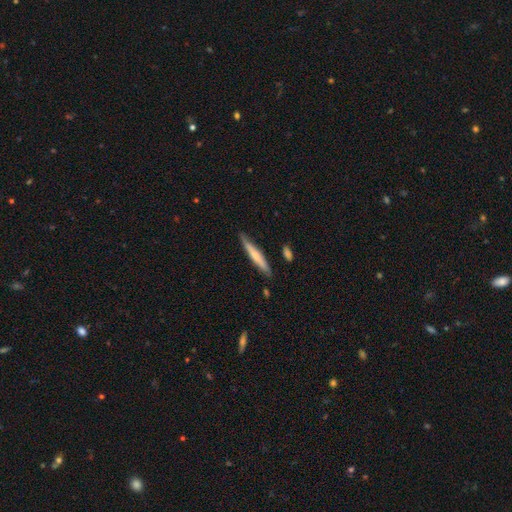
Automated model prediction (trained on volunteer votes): This is possibly a smooth galaxy (56%). How rounded: clearly cigar-shaped (93%). Merging: clearly none (82%).